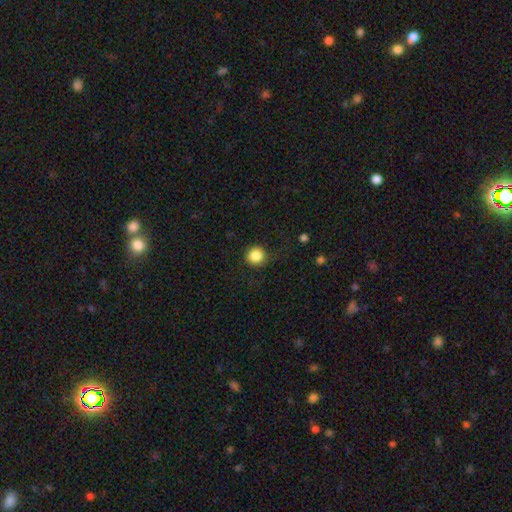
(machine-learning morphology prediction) This is clearly a smooth galaxy (86%). How rounded: clearly round (94%). Merging: clearly none (84%).